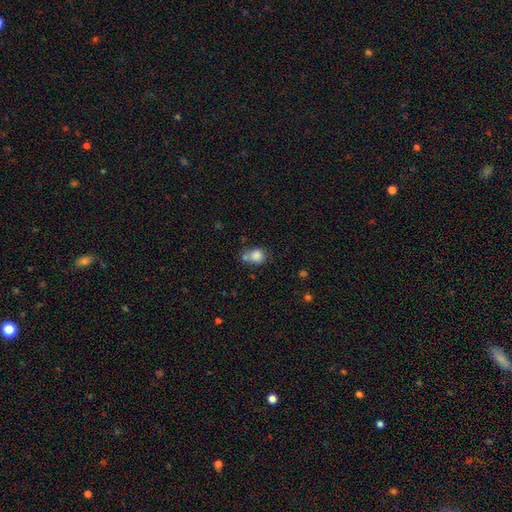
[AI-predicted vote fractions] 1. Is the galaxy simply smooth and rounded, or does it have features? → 83% smooth, 10% star or artifact, 7% featured or disk.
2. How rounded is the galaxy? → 71% round, 28% in between, 1% cigar-shaped.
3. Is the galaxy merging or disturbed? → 46% none, 31% merger, 16% minor disturbance, 7% major disturbance.